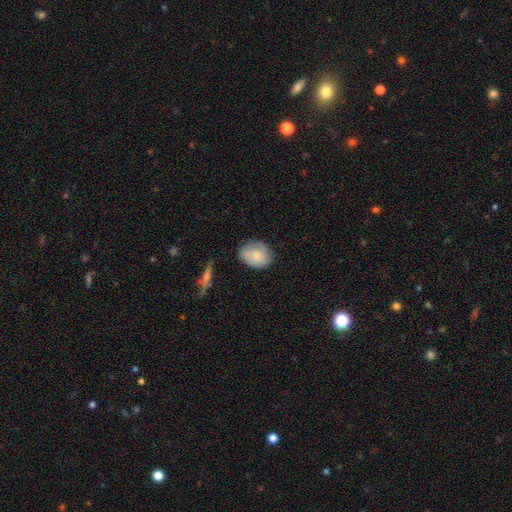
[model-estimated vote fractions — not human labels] Morphology: type=smooth (72%); roundness=in between (60%); merging=none (73%).